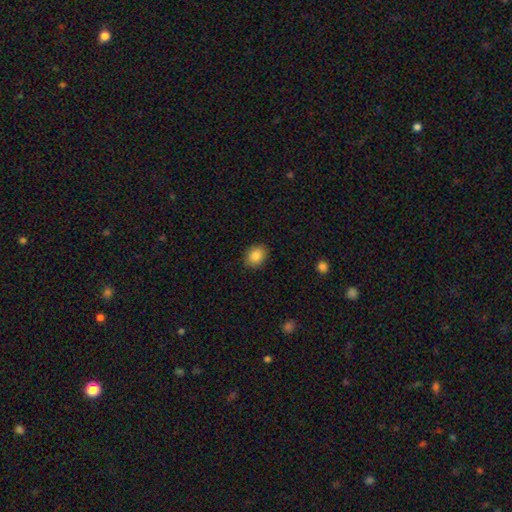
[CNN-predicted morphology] smooth_or_featured: smooth (p=0.86) [alt: star or artifact p=0.08]
how_rounded: in between (p=0.54) [alt: round p=0.45]
merging: none (p=0.88) [alt: minor disturbance p=0.09]